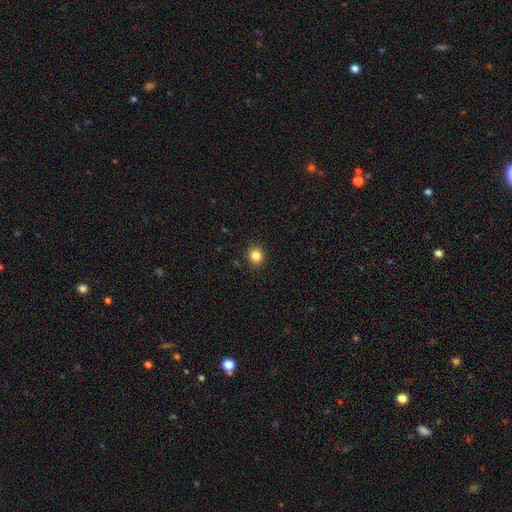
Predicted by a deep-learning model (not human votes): smooth-or-featured: smooth: 84% | star or artifact: 11% | featured or disk: 5%
  how-rounded: round: 84% | in between: 15% | cigar-shaped: 1%
  merging: none: 91% | minor disturbance: 6% | major disturbance: 2% | merger: 1%